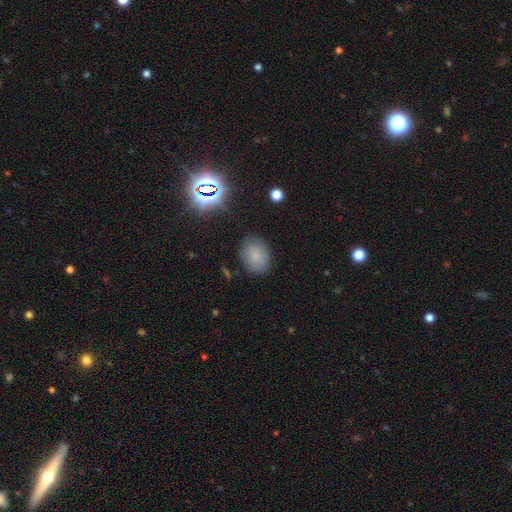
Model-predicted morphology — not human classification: Smooth or featured: smooth — 75% (star or artifact — 14%)
How rounded: in between — 63% (round — 36%)
Merging: none — 81% (minor disturbance — 14%)